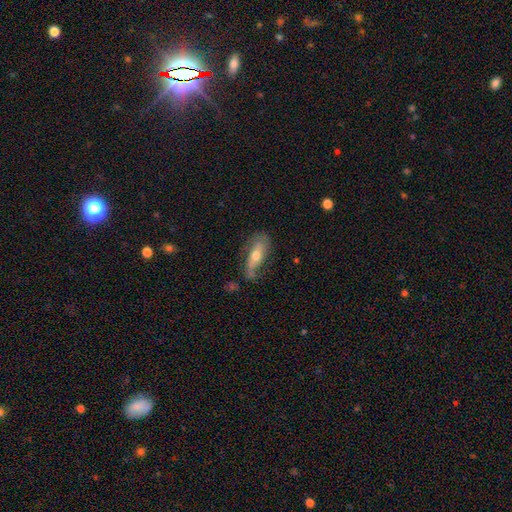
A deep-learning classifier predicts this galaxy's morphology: Smooth or featured? featured or disk (52%)
Edge-on disk? no (71%)
Merging? none (57%)